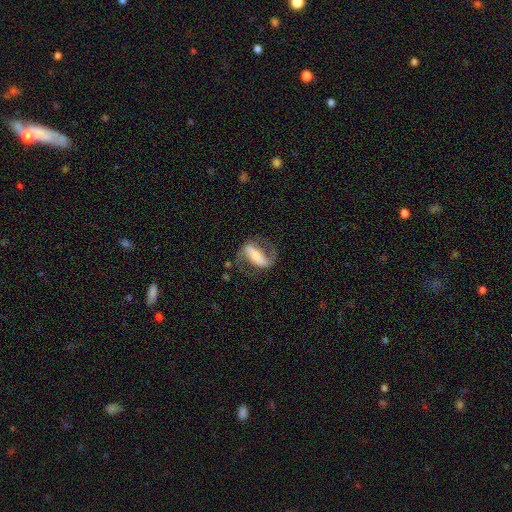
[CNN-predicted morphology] type=featured or disk (83%); edge-on=no (92%); bar=strong (72%); spiral arms=yes (90%); winding=medium (47%); arm count=2 (89%); bulge=small (42%); merging=none (70%).